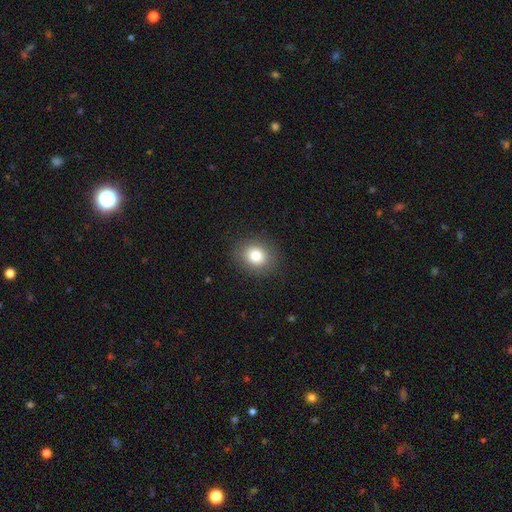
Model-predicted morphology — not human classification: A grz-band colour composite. It shows a smooth galaxy with no disk features (82%) that is round (62%). Merging: none (87%).